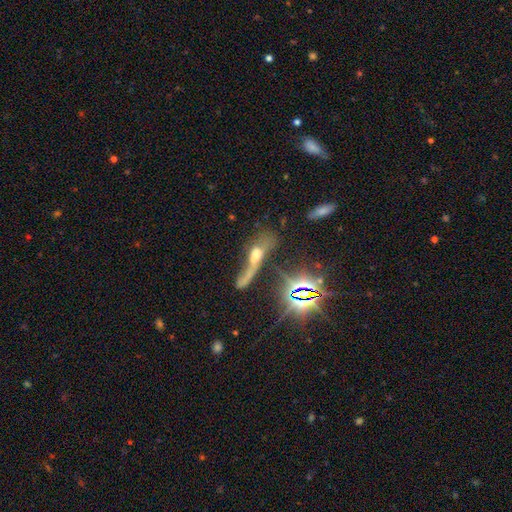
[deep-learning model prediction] This appears to be a featured or disk galaxy (40%). Merging: major disturbance (37%).